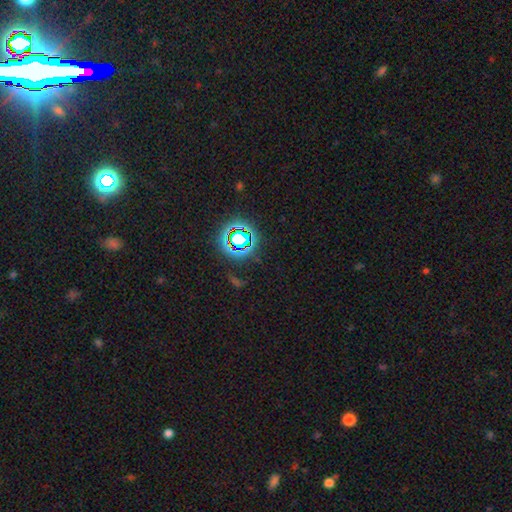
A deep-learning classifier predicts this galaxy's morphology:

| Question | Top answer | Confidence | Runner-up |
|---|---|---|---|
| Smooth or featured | star or artifact | 72% | smooth (19%) |